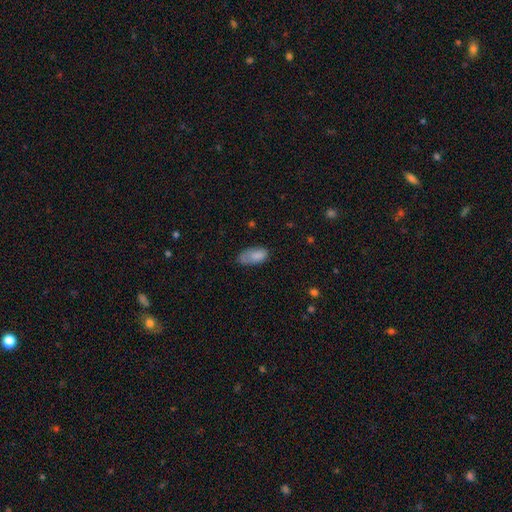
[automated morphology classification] A smooth galaxy with no disk features (83%) that is in between round and cigar-shaped (92%). Merging: none (52%).